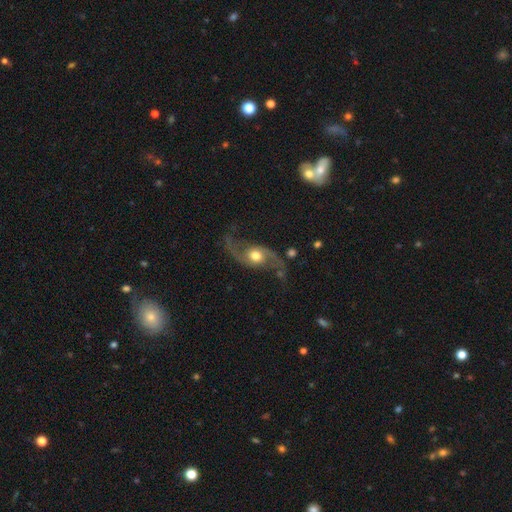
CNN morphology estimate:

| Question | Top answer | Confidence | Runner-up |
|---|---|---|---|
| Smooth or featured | featured or disk | 88% | smooth (6%) |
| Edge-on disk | no | 96% | yes (4%) |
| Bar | no | 68% | weak (24%) |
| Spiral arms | yes | 96% | no (4%) |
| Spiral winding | loose | 78% | medium (18%) |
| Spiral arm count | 2 | 94% | 1 (1%) |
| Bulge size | moderate | 69% | large (18%) |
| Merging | none | 71% | minor disturbance (15%) |